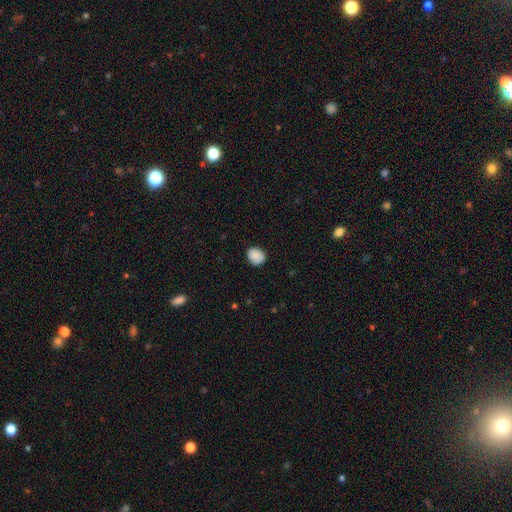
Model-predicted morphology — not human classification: Smooth or featured?
  - smooth: 89% *
  - star or artifact: 8%
  - featured or disk: 4%
How rounded?
  - round: 63% *
  - in between: 36%
  - cigar-shaped: 1%
Merging?
  - none: 83% *
  - minor disturbance: 13%
  - major disturbance: 2%
  - merger: 1%